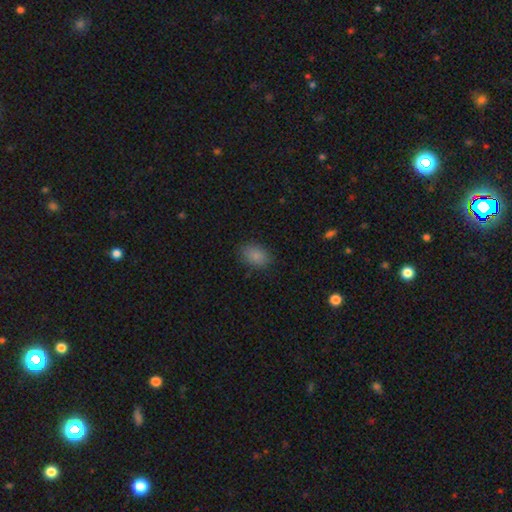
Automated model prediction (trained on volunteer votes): Smooth or featured? Predicted: smooth (p=0.85). How rounded? Predicted: in between (p=0.81). Merging? Predicted: none (p=0.84).